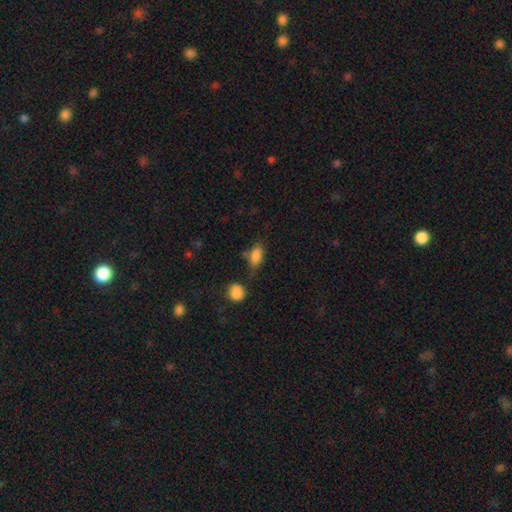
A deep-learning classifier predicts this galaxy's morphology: Smooth or featured? smooth (81%)
How rounded? in between (84%)
Merging? none (56%)